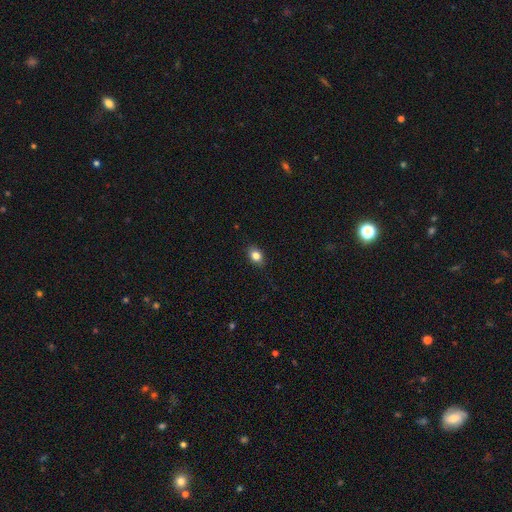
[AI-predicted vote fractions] A smooth galaxy with no disk features (81%) that is in between round and cigar-shaped (67%). Merging: none (86%).